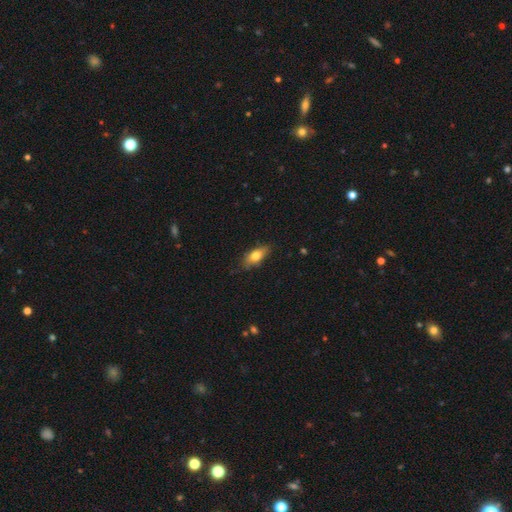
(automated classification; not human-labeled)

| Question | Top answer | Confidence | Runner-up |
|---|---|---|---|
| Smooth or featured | smooth | 73% | featured or disk (20%) |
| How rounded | in between | 76% | cigar-shaped (20%) |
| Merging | none | 76% | minor disturbance (20%) |